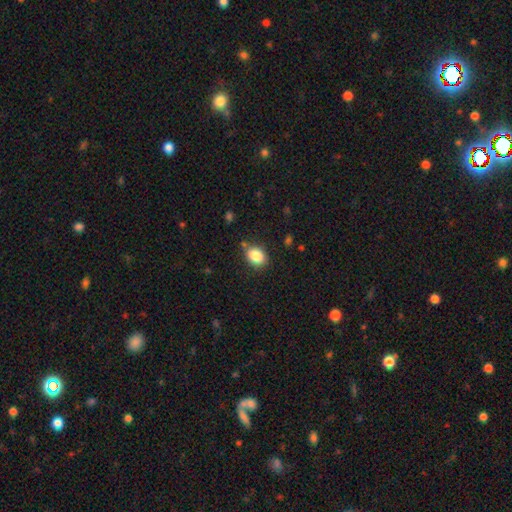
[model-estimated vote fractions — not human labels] Overall: smooth (86%). How rounded: in between (63%; round 35%). Merging: none (80%).